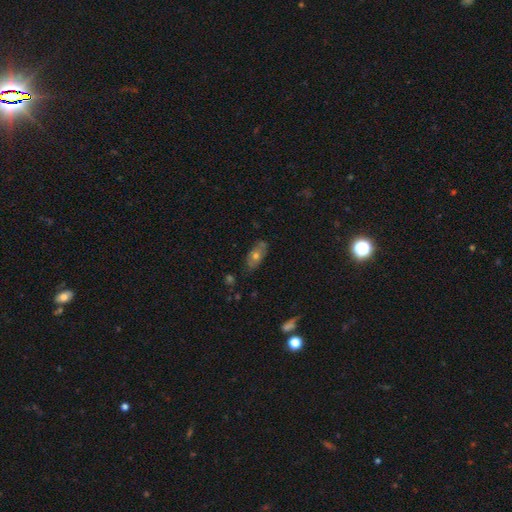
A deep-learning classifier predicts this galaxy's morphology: Smooth or featured: smooth — 50% (featured or disk — 39%)
Merging: none — 73% (minor disturbance — 20%)